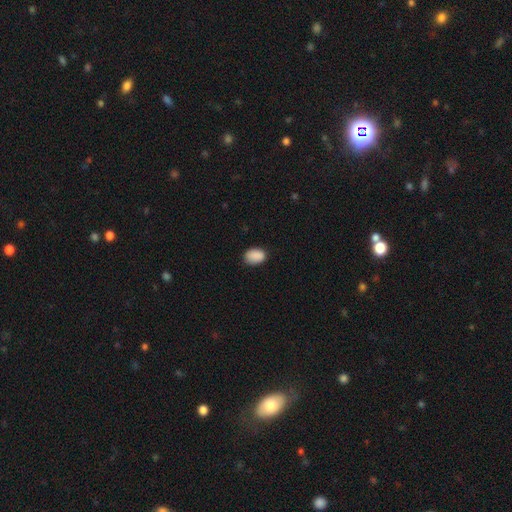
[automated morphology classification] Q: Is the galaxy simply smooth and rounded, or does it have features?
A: smooth — 89%.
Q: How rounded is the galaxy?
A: in between — 81%.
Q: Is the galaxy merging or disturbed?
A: none — 82%.